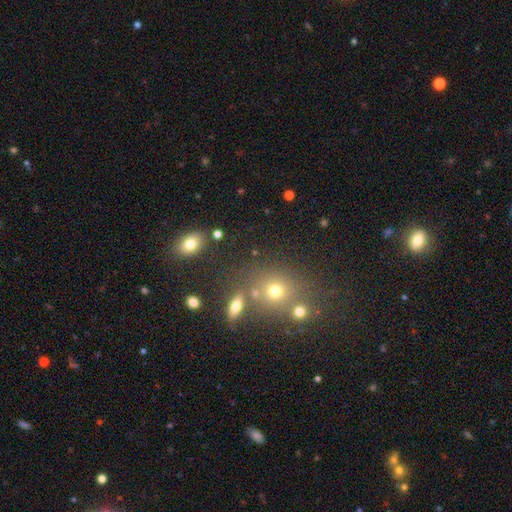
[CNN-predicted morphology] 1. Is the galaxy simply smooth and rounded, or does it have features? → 50% smooth, 37% star or artifact, 14% featured or disk.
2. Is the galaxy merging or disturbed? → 61% none, 25% merger, 10% minor disturbance, 5% major disturbance.